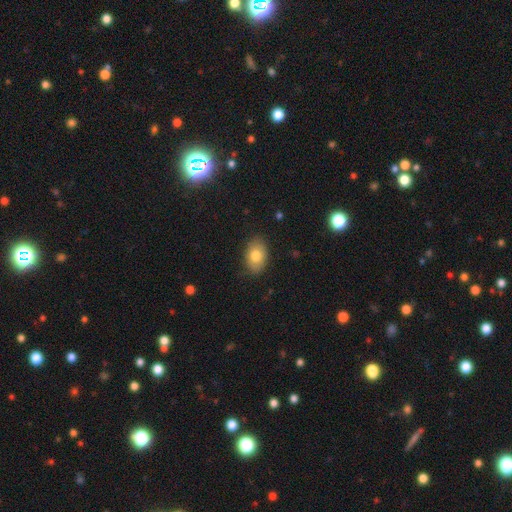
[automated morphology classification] Smooth or featured?
  - smooth: 78% *
  - featured or disk: 14%
  - star or artifact: 8%
How rounded?
  - in between: 86% *
  - round: 13%
  - cigar-shaped: 1%
Merging?
  - none: 84% *
  - minor disturbance: 12%
  - major disturbance: 3%
  - merger: 1%